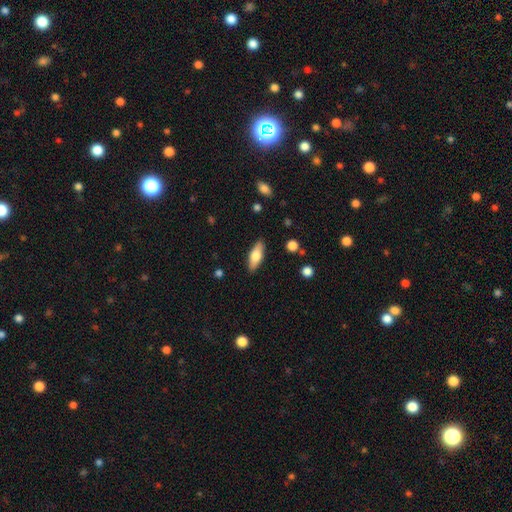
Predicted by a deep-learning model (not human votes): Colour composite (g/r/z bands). It shows a smooth galaxy with no disk features (63%) that is in between round and cigar-shaped (63%). Merging: none (87%).